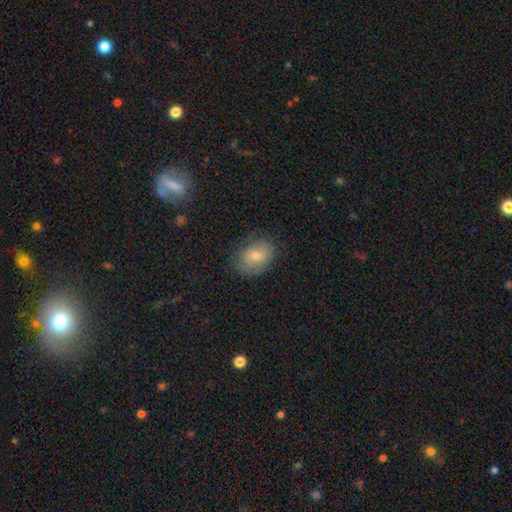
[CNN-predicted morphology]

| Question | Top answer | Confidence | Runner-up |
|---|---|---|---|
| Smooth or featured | smooth | 67% | featured or disk (23%) |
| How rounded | in between | 68% | round (30%) |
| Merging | none | 77% | minor disturbance (17%) |